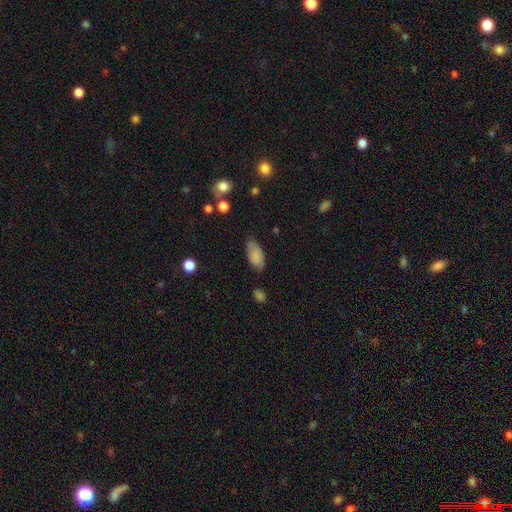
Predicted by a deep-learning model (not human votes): Smooth or featured? smooth (81%)
How rounded? in between (91%)
Merging? none (69%)